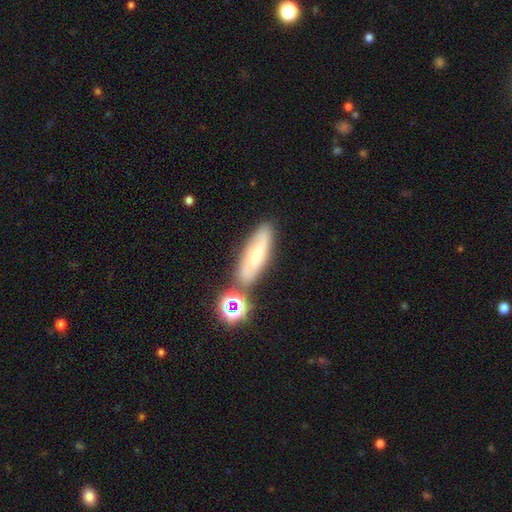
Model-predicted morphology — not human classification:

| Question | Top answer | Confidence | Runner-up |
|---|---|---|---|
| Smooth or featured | smooth | 50% | featured or disk (35%) |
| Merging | none | 68% | minor disturbance (15%) |